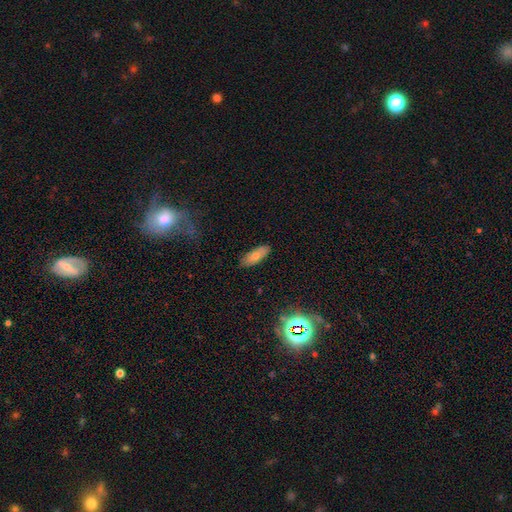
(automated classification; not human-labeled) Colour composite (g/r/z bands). It shows a smooth galaxy with no disk features (72%) that is in between round and cigar-shaped (75%). Merging: none (84%).